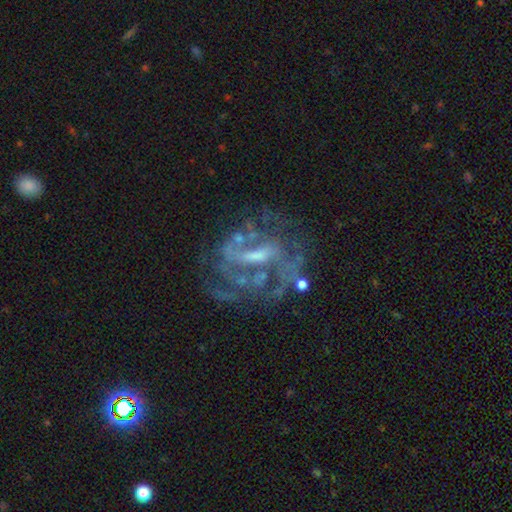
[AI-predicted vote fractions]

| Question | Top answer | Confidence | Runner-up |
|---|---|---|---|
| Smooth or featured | featured or disk | 82% | star or artifact (10%) |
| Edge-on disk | no | 96% | yes (4%) |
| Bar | weak | 43% | strong (33%) |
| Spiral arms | yes | 76% | no (24%) |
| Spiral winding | medium | 45% | tight (33%) |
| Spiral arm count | can't tell | 37% | 2 (31%) |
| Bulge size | small | 37% | moderate (35%) |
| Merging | none | 51% | major disturbance (25%) |